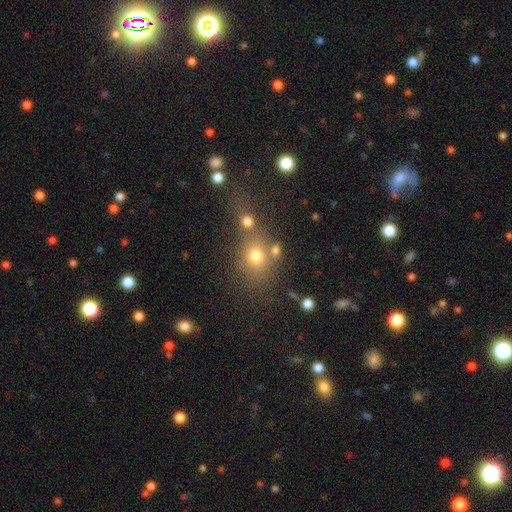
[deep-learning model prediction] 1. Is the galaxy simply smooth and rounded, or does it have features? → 71% smooth, 17% star or artifact, 12% featured or disk.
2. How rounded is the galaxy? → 57% round, 41% in between, 2% cigar-shaped.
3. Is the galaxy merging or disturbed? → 53% none, 28% merger, 12% minor disturbance, 8% major disturbance.